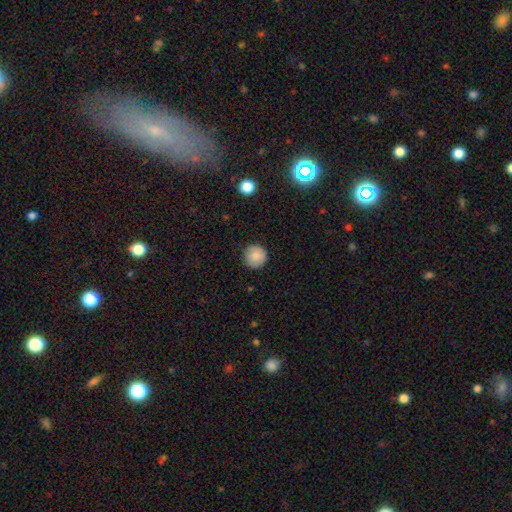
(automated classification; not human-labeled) Overall: smooth (86%). How rounded: round (95%). Merging: none (90%).